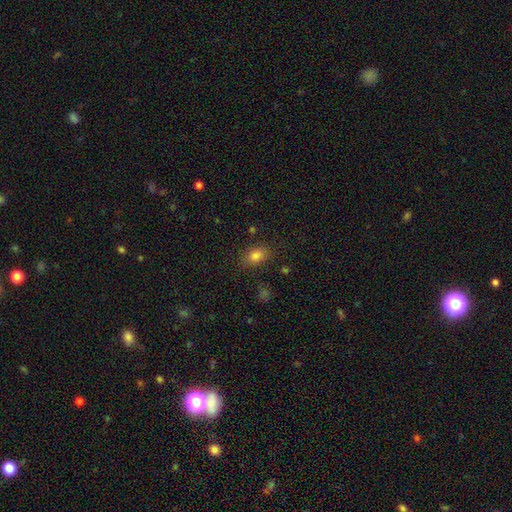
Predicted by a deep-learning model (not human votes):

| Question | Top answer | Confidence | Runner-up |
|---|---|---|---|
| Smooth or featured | smooth | 81% | star or artifact (13%) |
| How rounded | in between | 77% | round (21%) |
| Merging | none | 82% | minor disturbance (12%) |